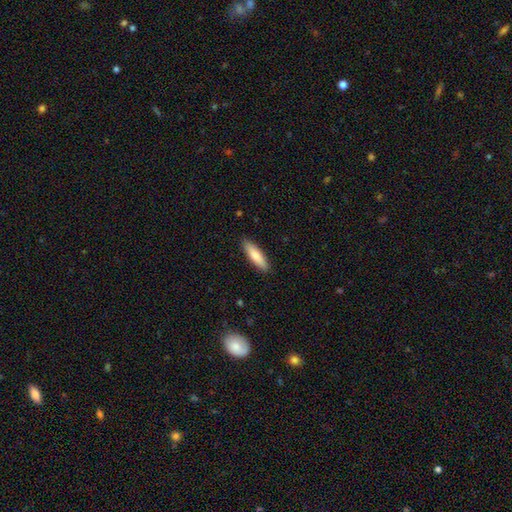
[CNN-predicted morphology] The model was most divided on "how rounded": cigar-shaped: 65%, in between: 33%, round: 1%. More confident: merging — none (89%); smooth or featured — smooth (81%).